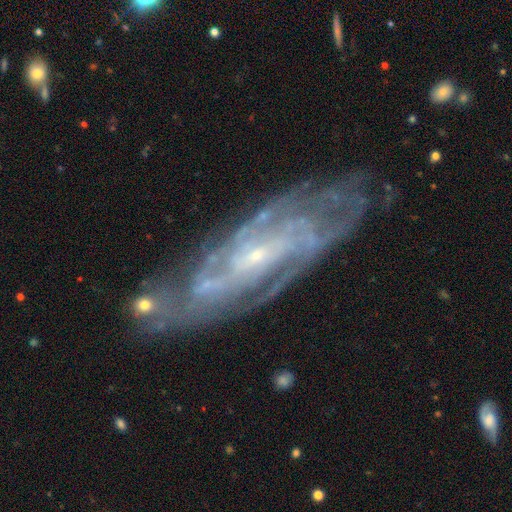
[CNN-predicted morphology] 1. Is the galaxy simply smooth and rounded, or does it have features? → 88% featured or disk, 6% star or artifact, 6% smooth.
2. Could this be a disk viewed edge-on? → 88% no, 12% yes.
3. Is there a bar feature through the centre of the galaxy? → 53% no, 34% weak, 13% strong.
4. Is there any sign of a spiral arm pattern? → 96% yes, 4% no.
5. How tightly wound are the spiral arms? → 65% tight, 29% medium, 6% loose.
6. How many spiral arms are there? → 33% can't tell, 20% 2, 16% 4, 15% 3, 9% more than 4, 6% 1.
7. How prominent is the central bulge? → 83% small, 12% moderate, 4% none, 1% large, 1% dominant.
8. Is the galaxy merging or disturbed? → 77% none, 16% minor disturbance, 5% major disturbance, 2% merger.